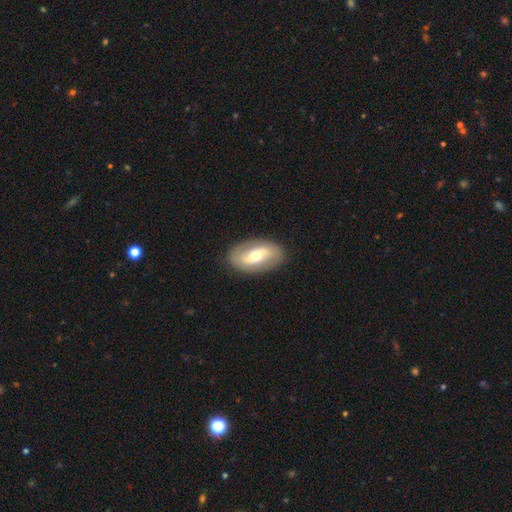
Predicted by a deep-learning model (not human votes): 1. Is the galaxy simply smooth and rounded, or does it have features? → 58% featured or disk, 36% smooth, 6% star or artifact.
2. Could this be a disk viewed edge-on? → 91% no, 9% yes.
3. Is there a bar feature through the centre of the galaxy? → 37% weak, 33% strong, 29% no.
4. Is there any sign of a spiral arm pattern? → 58% yes, 42% no.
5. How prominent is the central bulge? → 67% moderate, 24% small, 6% large, 1% dominant, 1% none.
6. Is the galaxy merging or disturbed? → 87% none, 9% minor disturbance, 3% major disturbance, 1% merger.